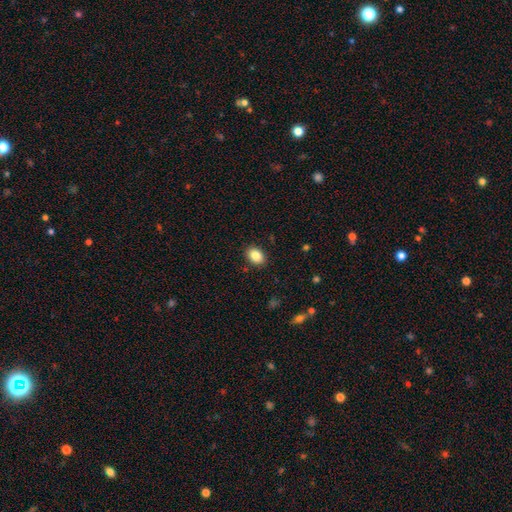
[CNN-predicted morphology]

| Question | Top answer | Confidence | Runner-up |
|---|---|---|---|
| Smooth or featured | smooth | 86% | star or artifact (8%) |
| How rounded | in between | 74% | round (25%) |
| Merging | none | 89% | minor disturbance (8%) |